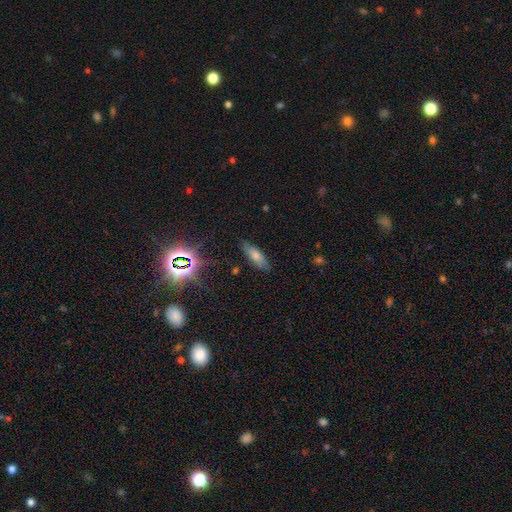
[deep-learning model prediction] Q: Smooth or featured?
A: smooth (69%); runner-up: featured or disk (17%)
Q: How rounded?
A: in between (55%); runner-up: cigar-shaped (42%)
Q: Merging?
A: none (82%); runner-up: minor disturbance (13%)